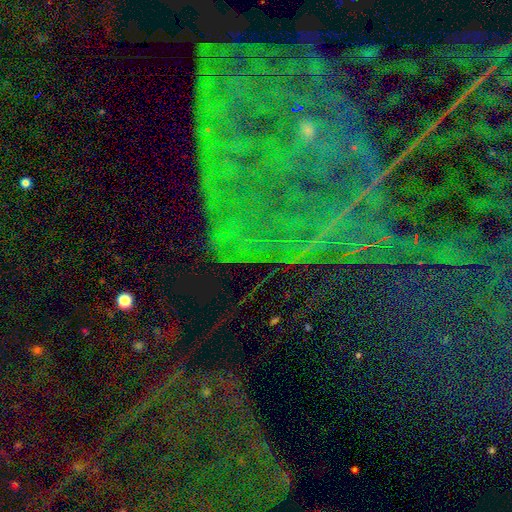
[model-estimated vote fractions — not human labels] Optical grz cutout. It shows a star or artifact, not a galaxy (79%).